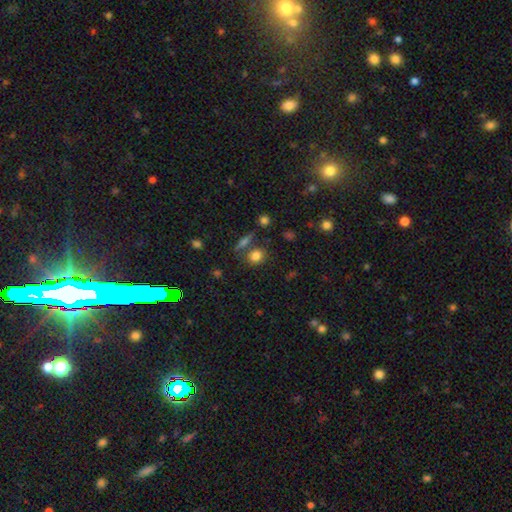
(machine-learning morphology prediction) The model was most divided on "how rounded": round: 59%, in between: 38%, cigar-shaped: 3%. More confident: smooth or featured — smooth (79%); merging — none (69%).